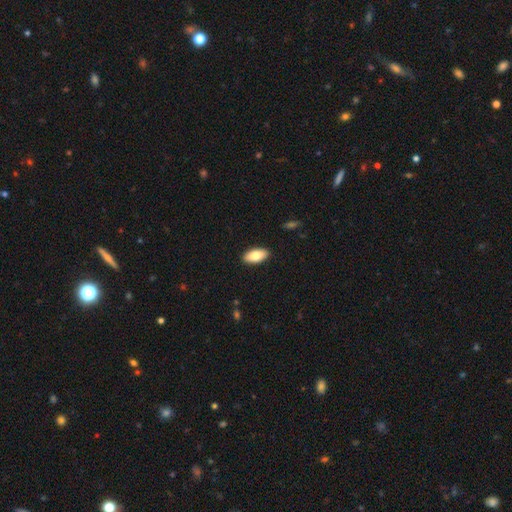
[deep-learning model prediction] Smooth or featured: smooth — 78% (featured or disk — 15%)
How rounded: in between — 92% (cigar-shaped — 5%)
Merging: none — 90% (minor disturbance — 7%)